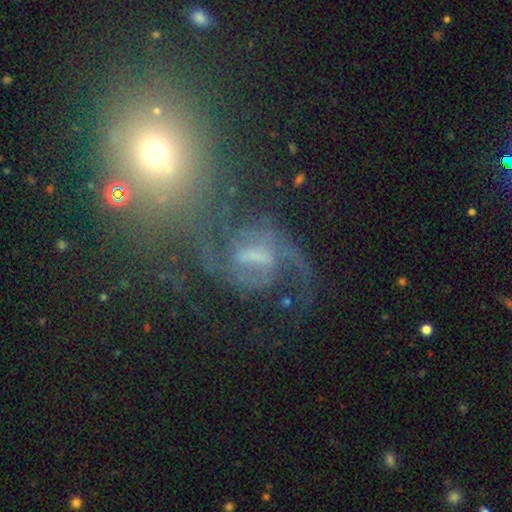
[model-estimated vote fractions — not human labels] smooth_or_featured: featured or disk (p=0.77) [alt: star or artifact p=0.13]
disk_edge_on: no (p=0.97) [alt: yes p=0.03]
bar: weak (p=0.43) [alt: strong p=0.38]
has_spiral_arms: yes (p=0.91) [alt: no p=0.09]
spiral_winding: medium (p=0.47) [alt: loose p=0.33]
spiral_arm_count: 2 (p=0.74) [alt: can't tell p=0.09]
bulge_size: small (p=0.37) [alt: moderate p=0.30]
merging: none (p=0.43) [alt: major disturbance p=0.23]